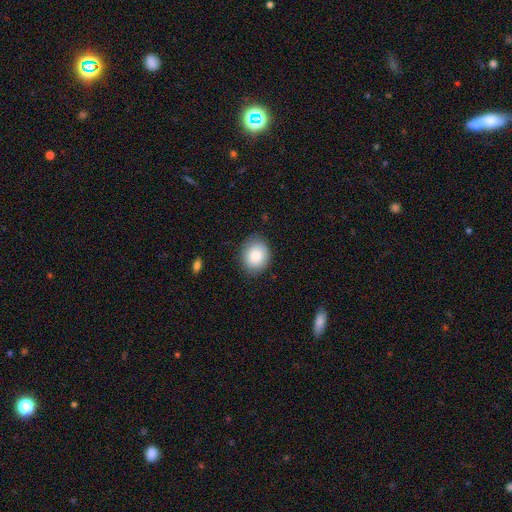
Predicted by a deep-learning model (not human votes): The model was most divided on "how rounded": round: 58%, in between: 41%, cigar-shaped: 1%. More confident: smooth or featured — smooth (86%); merging — none (83%).